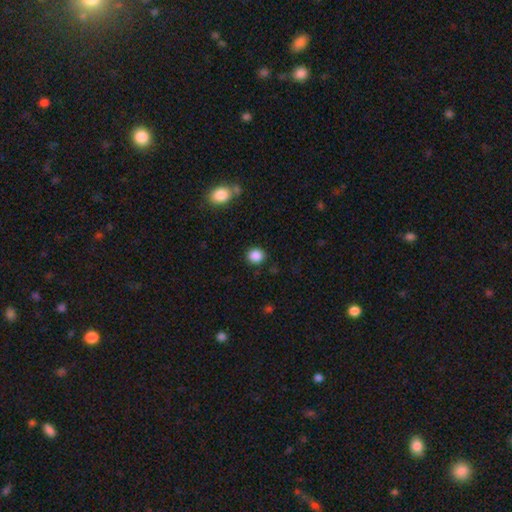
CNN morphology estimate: This appears to be a smooth galaxy with no disk features (87%) that is round (84%). Merging: none (87%).